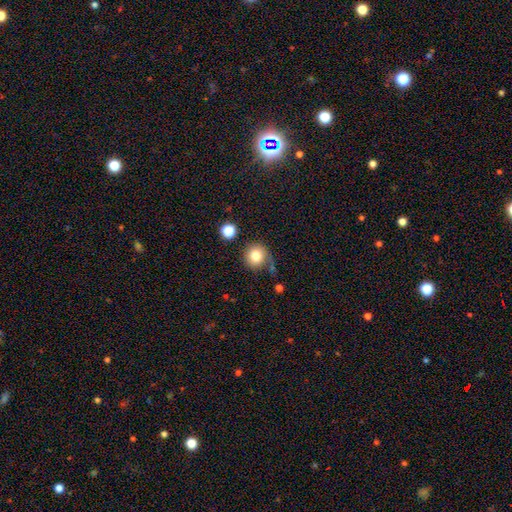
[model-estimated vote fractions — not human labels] A smooth galaxy with no disk features (81%) that is round (91%).

Vote fractions:
- Smooth or featured? smooth: 81% / star or artifact: 10% / featured or disk: 9%
- How rounded? round: 91% / in between: 8% / cigar-shaped: 1%
- Merging? none: 67% / minor disturbance: 17% / major disturbance: 9% / merger: 8%